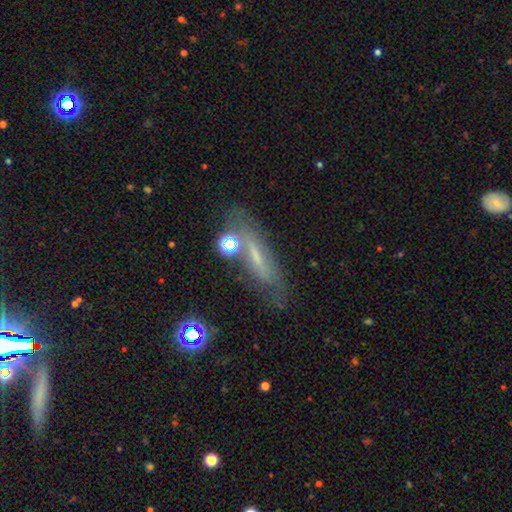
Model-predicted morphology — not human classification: Smooth or featured? featured or disk (47%)
Merging? none (59%)